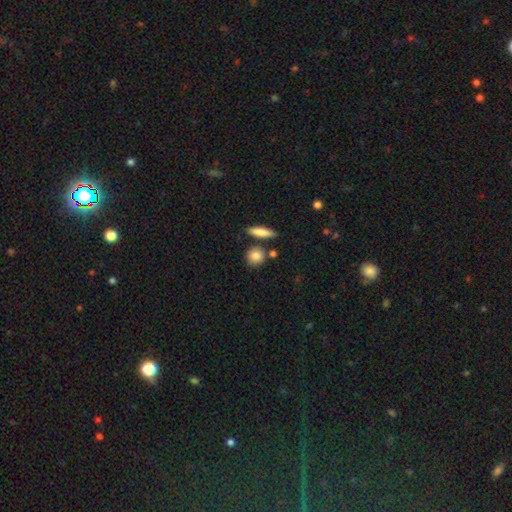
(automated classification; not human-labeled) Morphology: type=smooth (85%); roundness=round (76%); merging=none (75%).